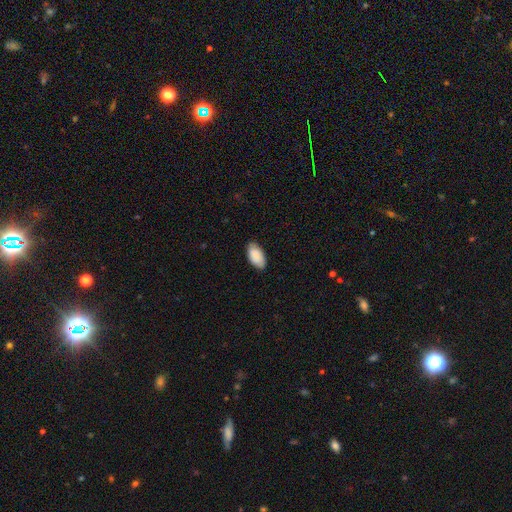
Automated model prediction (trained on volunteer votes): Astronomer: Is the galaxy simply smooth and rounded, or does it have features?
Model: smooth — 88%.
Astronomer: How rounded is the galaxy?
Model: in between — 95%.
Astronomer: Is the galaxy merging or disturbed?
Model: none — 78%.